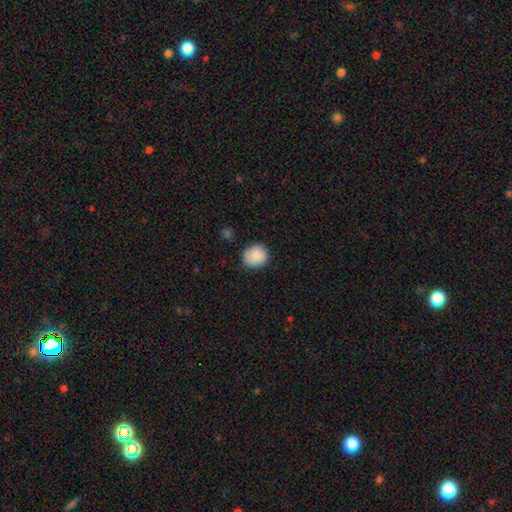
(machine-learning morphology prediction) Q: Smooth or featured?
A: smooth (88%); runner-up: star or artifact (8%)
Q: How rounded?
A: round (83%); runner-up: in between (16%)
Q: Merging?
A: none (82%); runner-up: minor disturbance (14%)